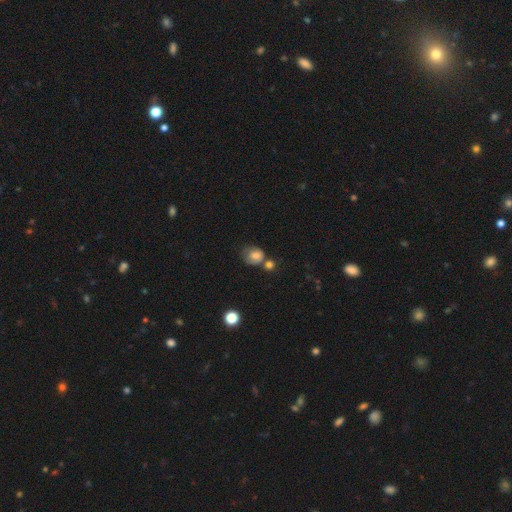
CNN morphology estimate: Smooth or featured? Predicted: smooth (p=0.69). How rounded? Predicted: round (p=0.62). Merging? Predicted: none (p=0.40).